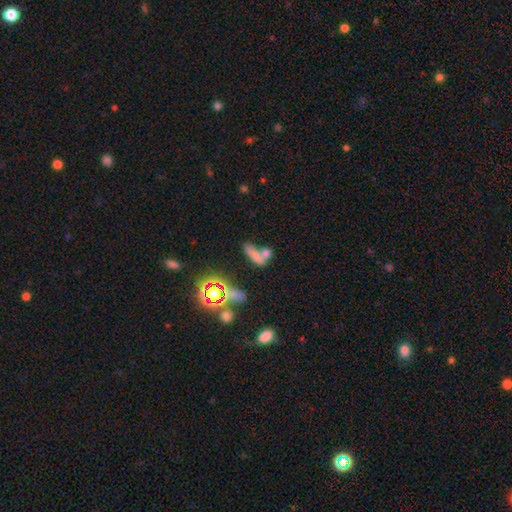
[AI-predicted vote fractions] Q: Smooth or featured?
A: smooth (63%); runner-up: star or artifact (20%)
Q: How rounded?
A: in between (52%); runner-up: cigar-shaped (39%)
Q: Merging?
A: merger (54%); runner-up: none (28%)